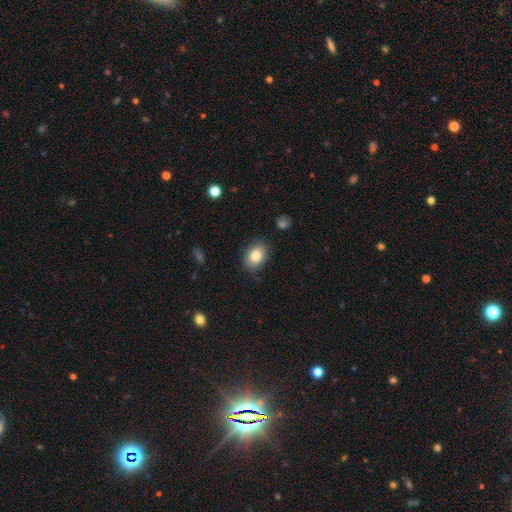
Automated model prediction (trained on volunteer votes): Overall: smooth (83%). How rounded: in between (73%). Merging: none (82%).